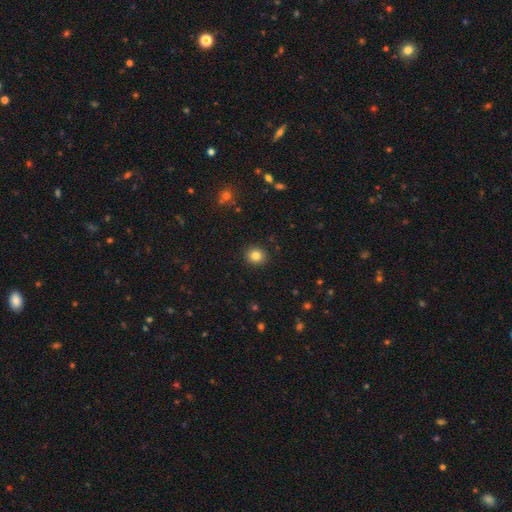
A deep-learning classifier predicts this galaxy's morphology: type=smooth (82%); roundness=round (83%); merging=none (91%).